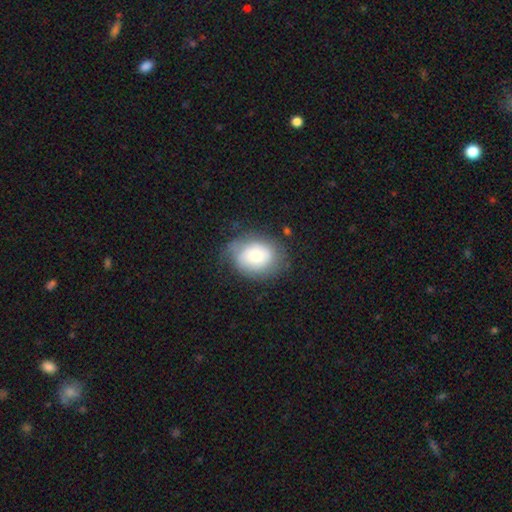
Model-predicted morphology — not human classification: A smooth galaxy with no disk features (64%) that is in between round and cigar-shaped (54%). Merging: none (59%).